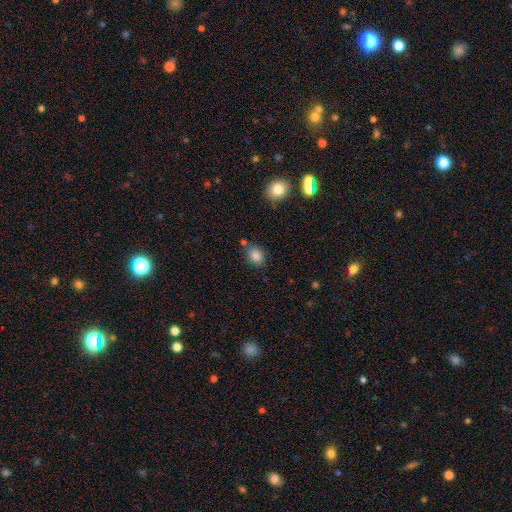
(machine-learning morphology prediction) smooth-or-featured: smooth: 84% | star or artifact: 10% | featured or disk: 6%
  how-rounded: in between: 53% | round: 46% | cigar-shaped: 1%
  merging: none: 75% | minor disturbance: 13% | merger: 8% | major disturbance: 3%